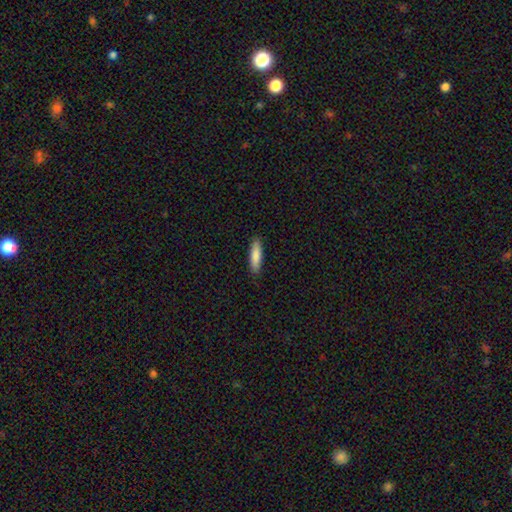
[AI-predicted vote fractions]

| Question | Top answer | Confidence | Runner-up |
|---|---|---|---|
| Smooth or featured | smooth | 83% | featured or disk (11%) |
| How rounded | cigar-shaped | 69% | in between (30%) |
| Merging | none | 87% | minor disturbance (10%) |